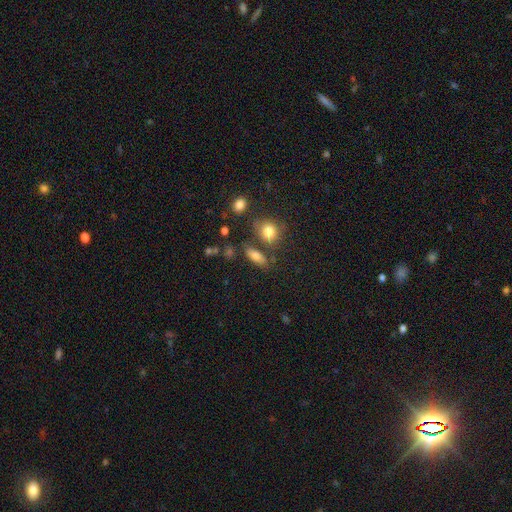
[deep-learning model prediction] This appears to be a smooth galaxy with no disk features (72%) that is in between round and cigar-shaped (68%). Merging: none (70%).